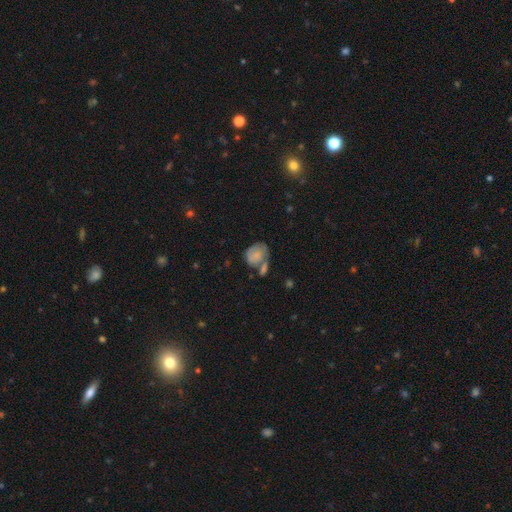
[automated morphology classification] Smooth or featured: smooth — 66% (featured or disk — 26%)
How rounded: round — 58% (in between — 41%)
Merging: none — 37% (merger — 29%)